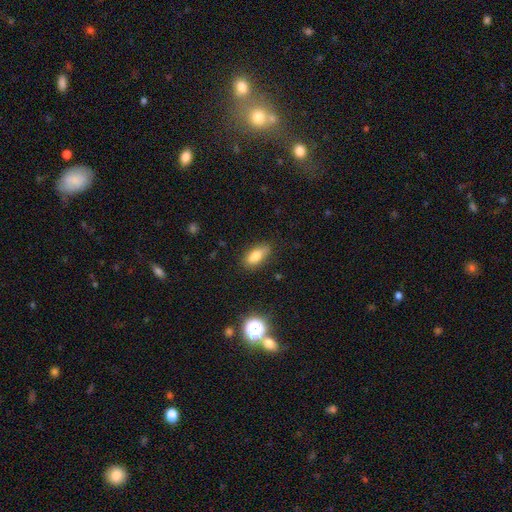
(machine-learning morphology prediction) smooth-or-featured: smooth: 79% | featured or disk: 11% | star or artifact: 9%
  how-rounded: in between: 84% | cigar-shaped: 11% | round: 5%
  merging: none: 80% | minor disturbance: 15% | major disturbance: 3% | merger: 2%